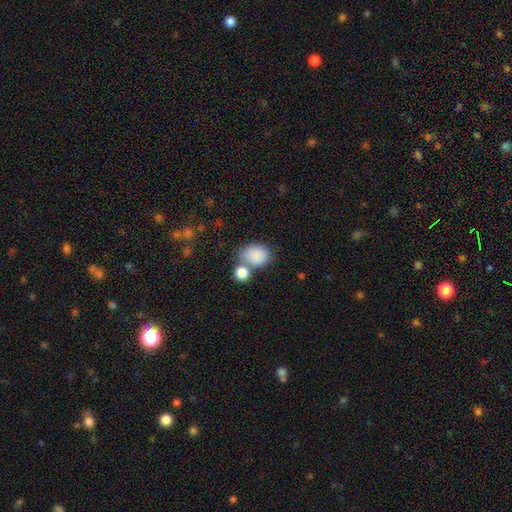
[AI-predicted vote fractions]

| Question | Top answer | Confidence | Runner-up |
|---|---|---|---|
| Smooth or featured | smooth | 86% | star or artifact (8%) |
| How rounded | in between | 58% | round (40%) |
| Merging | none | 48% | merger (34%) |